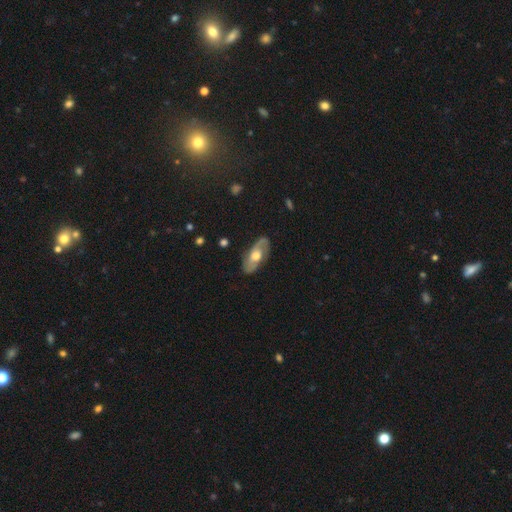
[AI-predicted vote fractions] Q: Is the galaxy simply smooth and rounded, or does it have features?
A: featured or disk — 67%.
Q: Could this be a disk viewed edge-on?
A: no — 84%.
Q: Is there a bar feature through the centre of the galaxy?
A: no — 69%.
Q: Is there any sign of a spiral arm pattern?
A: yes — 73%.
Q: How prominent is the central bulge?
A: moderate — 70%.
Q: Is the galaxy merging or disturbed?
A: none — 81%.